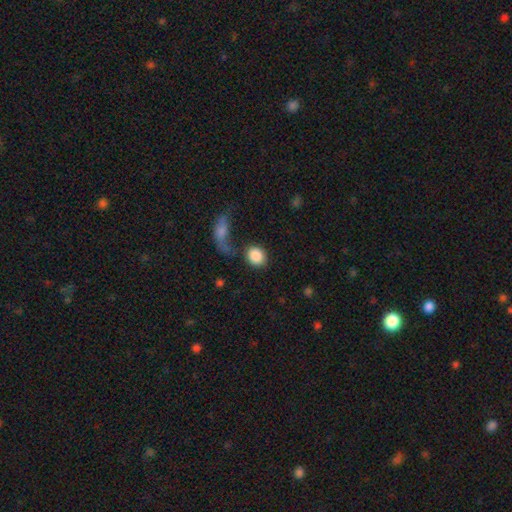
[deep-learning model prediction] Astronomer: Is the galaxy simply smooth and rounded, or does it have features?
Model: smooth — 87%.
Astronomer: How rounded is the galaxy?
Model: round — 64%.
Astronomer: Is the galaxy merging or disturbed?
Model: none — 56%.